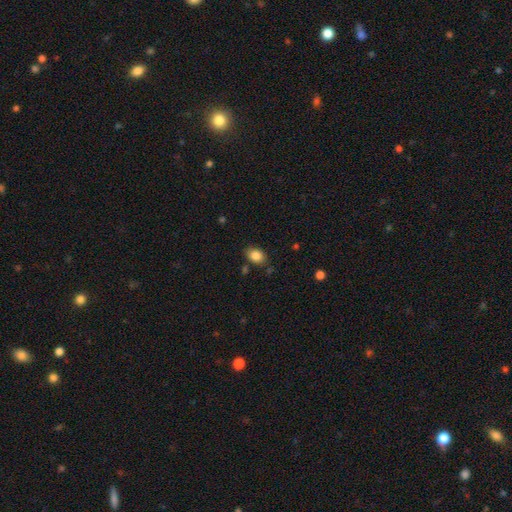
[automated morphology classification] This is clearly a smooth galaxy (85%). How rounded: likely in between (75%). Merging: clearly none (81%).